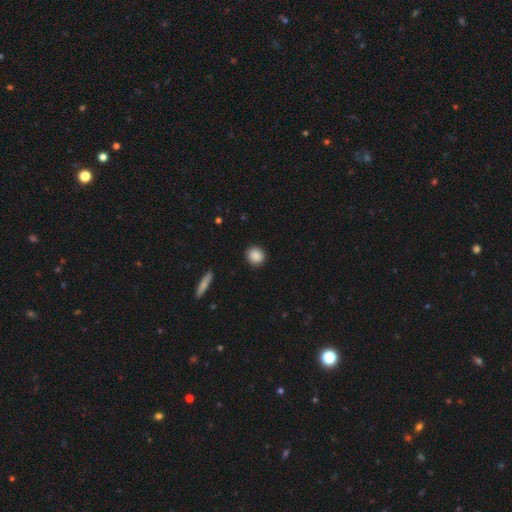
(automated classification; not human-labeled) The model was most divided on "how rounded": round: 83%, in between: 16%, cigar-shaped: 2%. More confident: merging — none (89%); smooth or featured — smooth (89%).